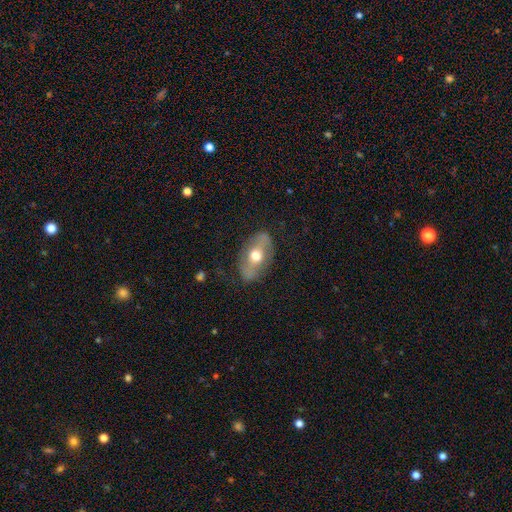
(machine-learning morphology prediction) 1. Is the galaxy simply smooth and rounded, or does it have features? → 56% featured or disk, 37% smooth, 6% star or artifact.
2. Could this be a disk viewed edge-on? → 81% no, 19% yes.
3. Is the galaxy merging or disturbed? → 79% none, 14% minor disturbance, 6% major disturbance, 1% merger.